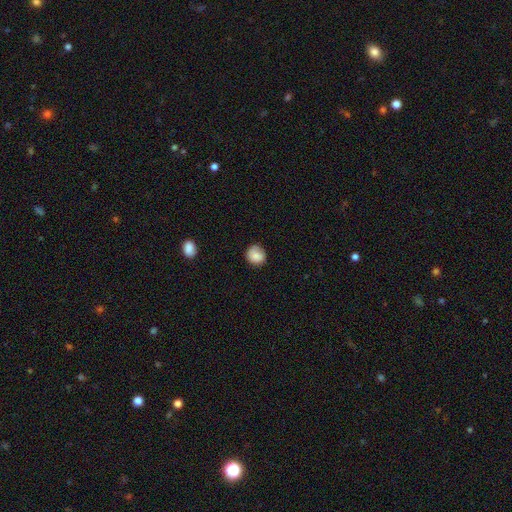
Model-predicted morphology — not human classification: type=smooth (85%); roundness=round (87%); merging=none (79%).